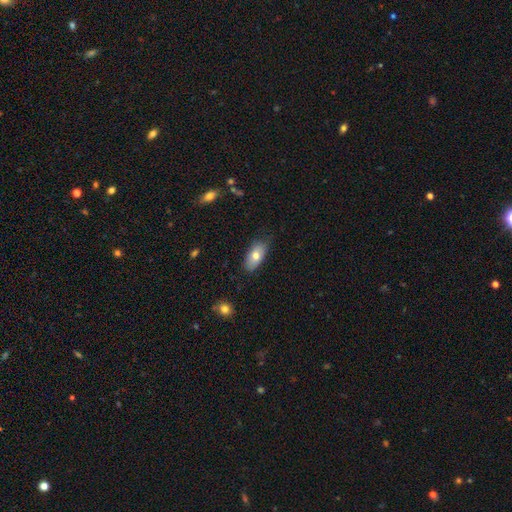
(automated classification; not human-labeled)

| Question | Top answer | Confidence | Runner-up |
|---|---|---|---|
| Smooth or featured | smooth | 73% | featured or disk (20%) |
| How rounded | in between | 90% | cigar-shaped (6%) |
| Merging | none | 76% | minor disturbance (20%) |